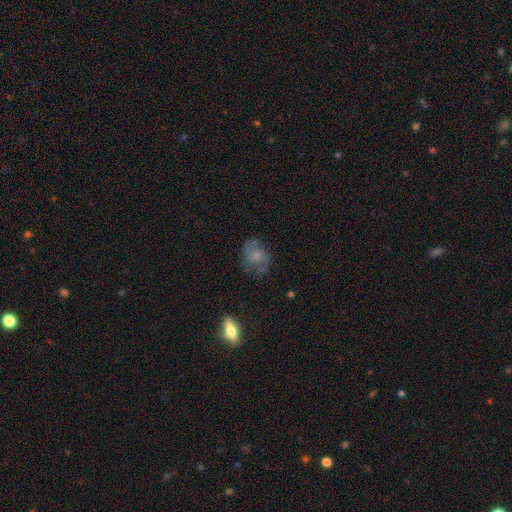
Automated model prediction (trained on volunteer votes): smooth 48%, featured or disk 43%, star or artifact 10%. Down the decision tree: merging — none (62%).